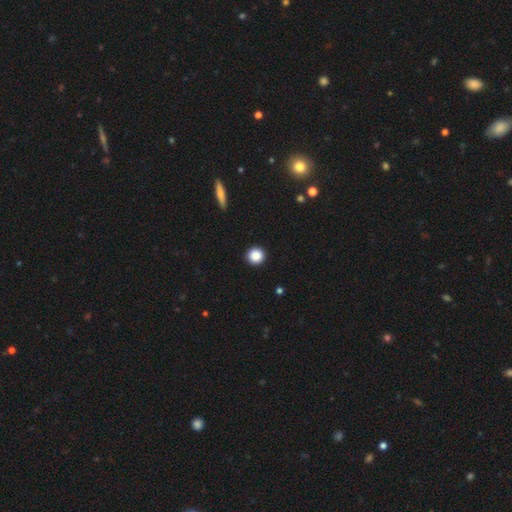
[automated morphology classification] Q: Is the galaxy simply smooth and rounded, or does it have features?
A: smooth — 87%.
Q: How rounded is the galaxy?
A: round — 95%.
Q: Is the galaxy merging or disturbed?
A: none — 93%.